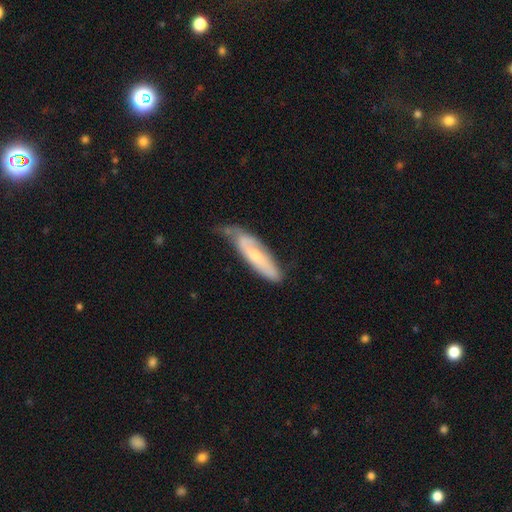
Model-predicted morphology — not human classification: The model was most divided on "merging": none: 41%, minor disturbance: 39%, major disturbance: 17%, merger: 3%. More confident: edge-on disk — no (65%); smooth or featured — featured or disk (52%).